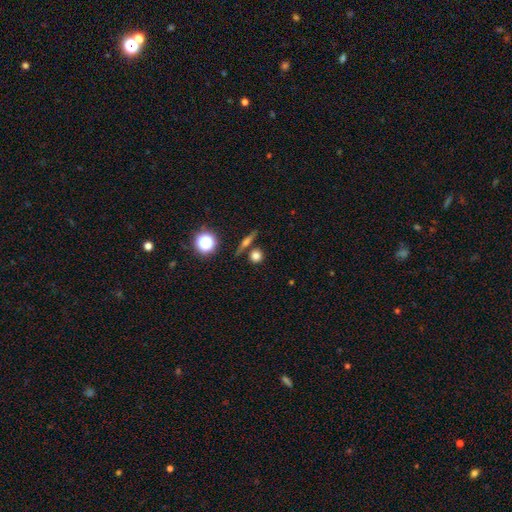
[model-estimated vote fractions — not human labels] smooth_or_featured: smooth (p=0.70) [alt: featured or disk p=0.15]
how_rounded: round (p=0.81) [alt: in between p=0.11]
merging: none (p=0.76) [alt: merger p=0.12]